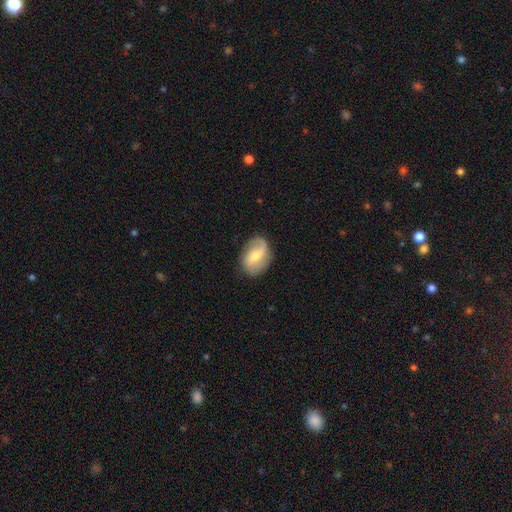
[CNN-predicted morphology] A featured or disk galaxy (66%) with a weak bar (47%), 2 (79%) loose (60%) spiral arms (87%) and a moderate central bulge (53%).

Vote fractions:
- Smooth or featured? featured or disk: 66% / smooth: 28% / star or artifact: 6%
- Edge-on disk? no: 96% / yes: 4%
- Bar? weak: 47% / no: 33% / strong: 21%
- Spiral arms? yes: 87% / no: 13%
- Spiral winding? loose: 60% / medium: 29% / tight: 11%
- Spiral arm count? 2: 79% / 1: 12% / can't tell: 6% / 3: 1% / 4: 1% / more than 4: 1%
- Bulge size? moderate: 53% / small: 40% / large: 4% / none: 2% / dominant: 1%
- Merging? none: 78% / minor disturbance: 16% / major disturbance: 5% / merger: 1%